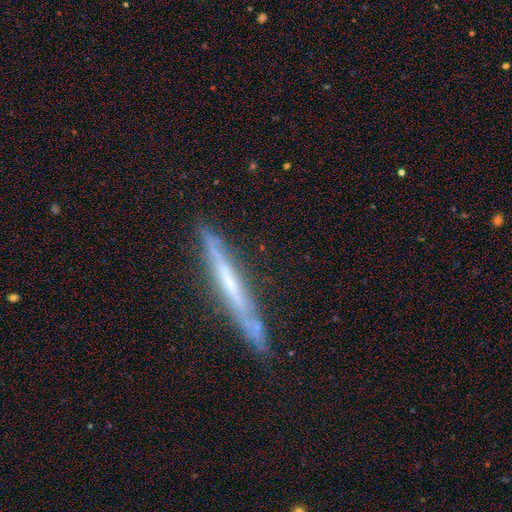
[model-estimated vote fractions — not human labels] Smooth or featured? Predicted: featured or disk (p=0.70). Edge-on disk? Predicted: yes (p=0.92). Edge-on bulge? Predicted: none (p=0.69). Merging? Predicted: none (p=0.82).